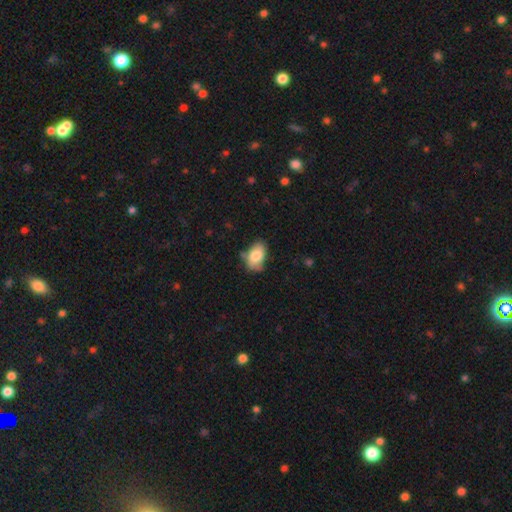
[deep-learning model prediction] smooth 81%, featured or disk 12%, star or artifact 7%. Down the decision tree: how rounded — in between (90%); merging — none (64%).